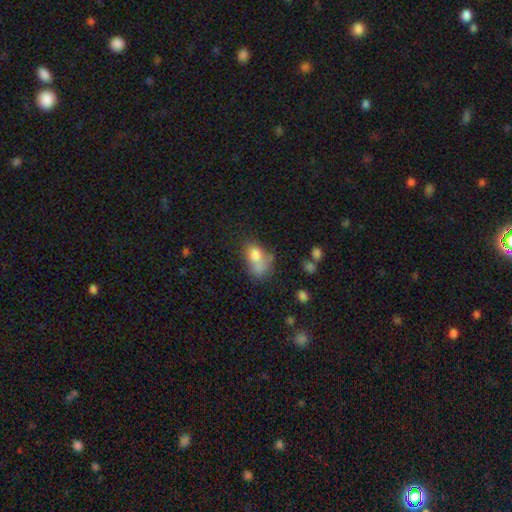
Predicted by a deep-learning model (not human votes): Morphology: type=smooth (73%); roundness=in between (74%); merging=none (30%, tied with merger).